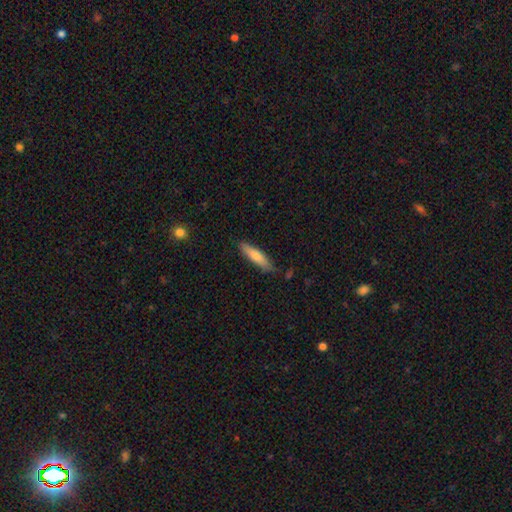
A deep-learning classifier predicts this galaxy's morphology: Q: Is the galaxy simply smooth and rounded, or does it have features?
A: smooth — 69%.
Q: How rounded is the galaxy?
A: cigar-shaped — 78%.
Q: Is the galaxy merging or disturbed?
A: none — 81%.